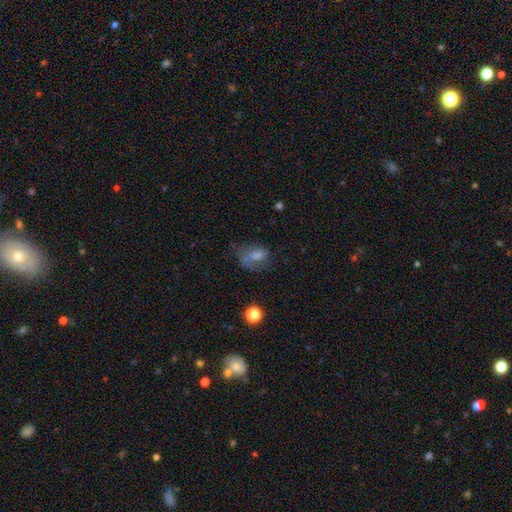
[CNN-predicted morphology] Smooth or featured? smooth (62%)
How rounded? in between (76%)
Merging? none (39%)